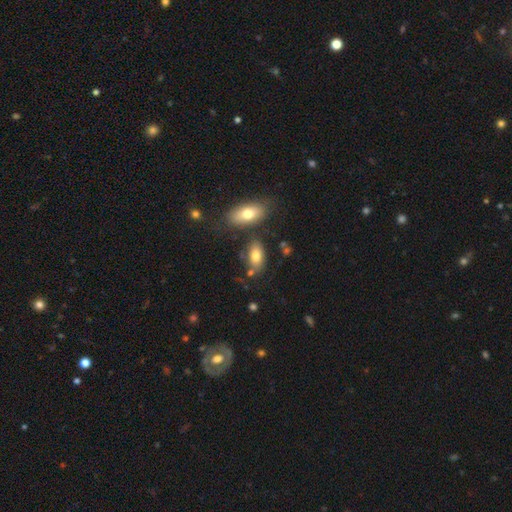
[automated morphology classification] Q: Smooth or featured?
A: smooth (77%); runner-up: featured or disk (15%)
Q: How rounded?
A: in between (91%); runner-up: round (5%)
Q: Merging?
A: none (67%); runner-up: minor disturbance (15%)